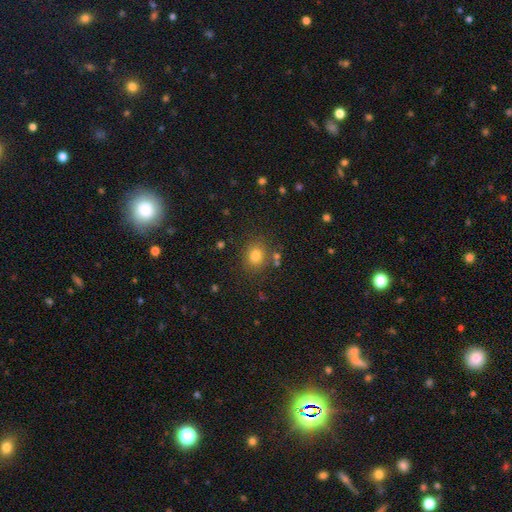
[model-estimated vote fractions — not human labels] The model was most divided on "how rounded": round: 69%, in between: 30%, cigar-shaped: 1%. More confident: smooth or featured — smooth (79%); merging — none (79%).